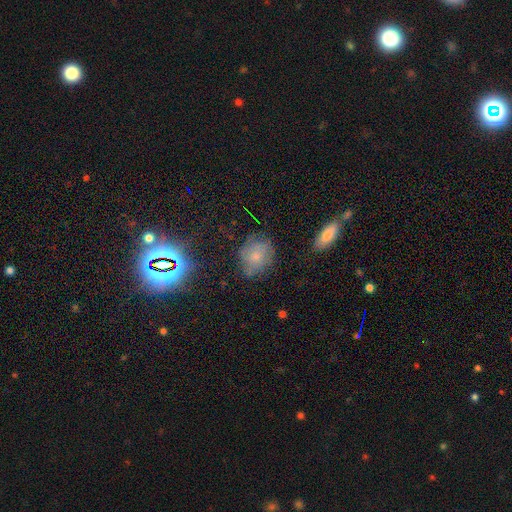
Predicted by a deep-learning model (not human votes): smooth 54%, featured or disk 28%, star or artifact 19%. Down the decision tree: how rounded — round (59%); merging — none (65%).